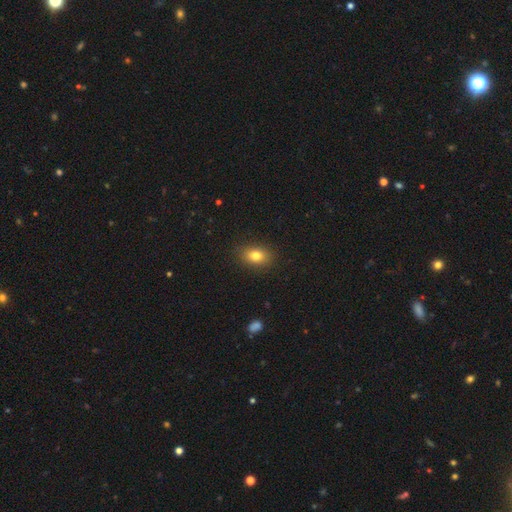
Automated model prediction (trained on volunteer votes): This appears to be a smooth galaxy with no disk features (82%) that is in between round and cigar-shaped (74%). Merging: none (88%).